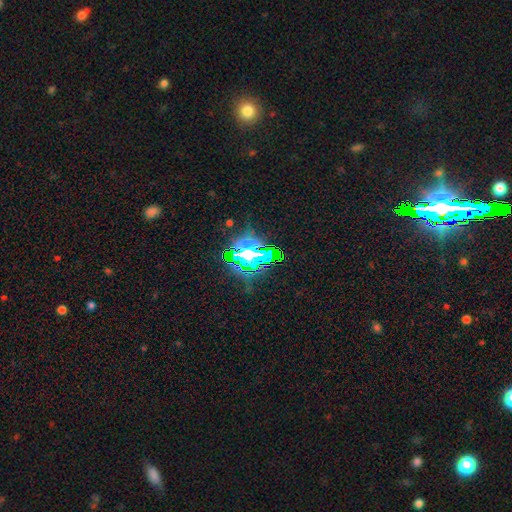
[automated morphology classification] A star or artifact, not a galaxy (67%).